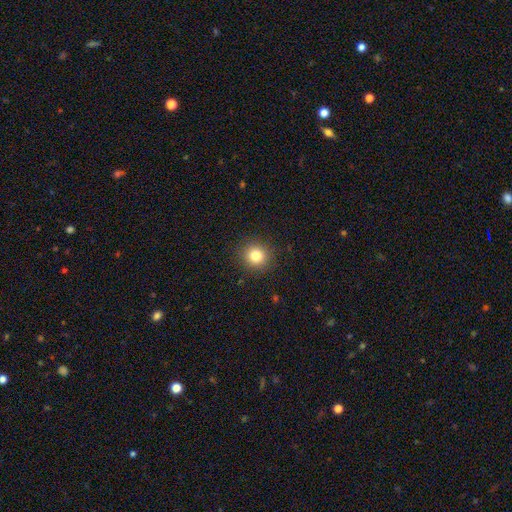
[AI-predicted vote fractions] Smooth or featured: smooth — 82% (star or artifact — 12%)
How rounded: round — 89% (in between — 10%)
Merging: none — 90% (minor disturbance — 7%)